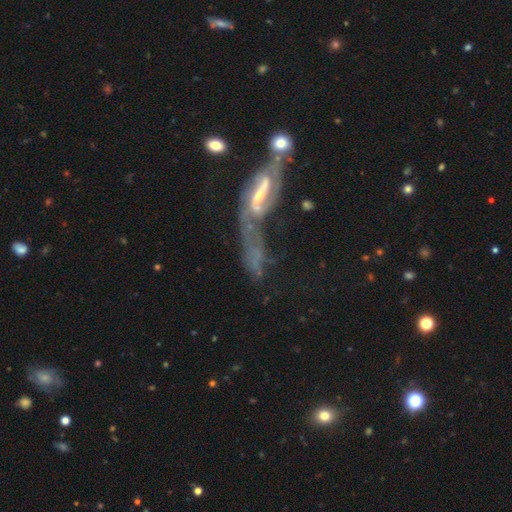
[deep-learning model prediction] smooth_or_featured: featured or disk (p=0.69) [alt: smooth p=0.20]
disk_edge_on: no (p=0.83) [alt: yes p=0.17]
bar: weak (p=0.36) [tied with: strong p=0.36]
has_spiral_arms: yes (p=0.69) [alt: no p=0.31]
bulge_size: small (p=0.39) [alt: moderate p=0.31]
merging: merger (p=0.32) [alt: major disturbance p=0.29]